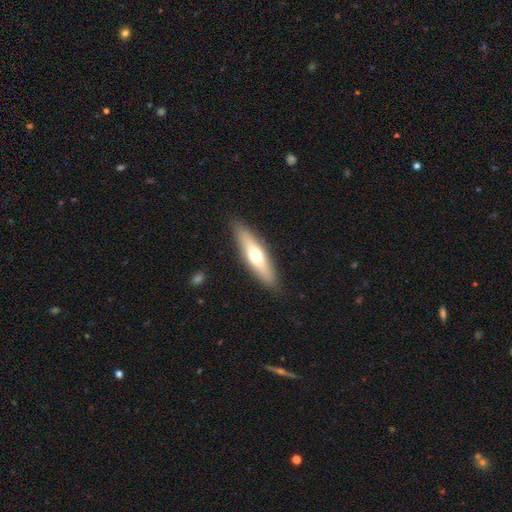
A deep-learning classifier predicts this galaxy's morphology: Q: Smooth or featured?
A: smooth (52%); runner-up: featured or disk (42%)
Q: How rounded?
A: cigar-shaped (69%); runner-up: in between (29%)
Q: Merging?
A: none (88%); runner-up: minor disturbance (9%)